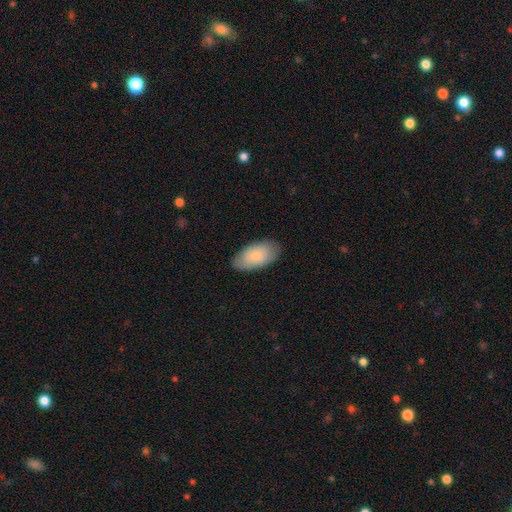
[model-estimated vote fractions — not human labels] Smooth or featured: smooth — 81% (featured or disk — 13%)
How rounded: in between — 95% (cigar-shaped — 3%)
Merging: none — 82% (minor disturbance — 14%)